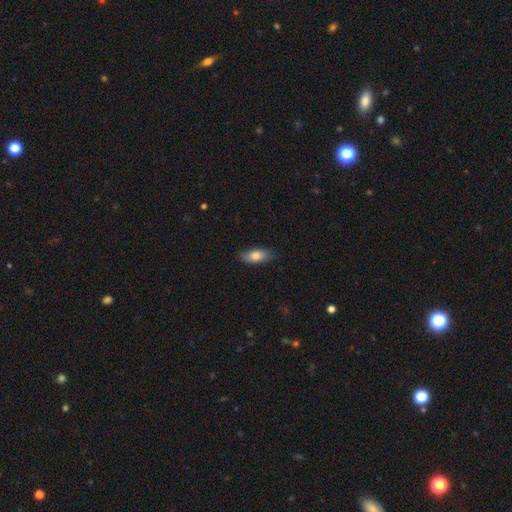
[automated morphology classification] Smooth or featured? smooth (76%)
How rounded? in between (80%)
Merging? none (85%)